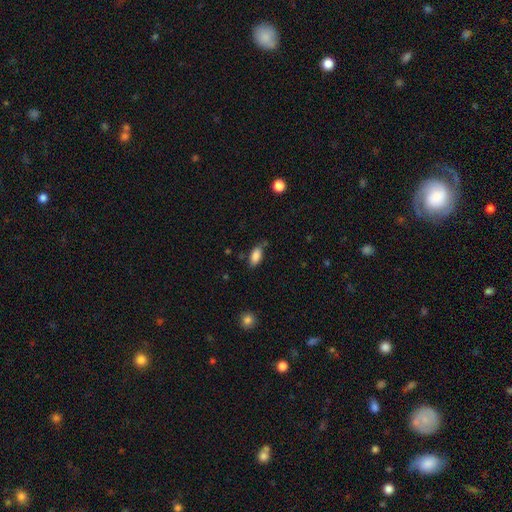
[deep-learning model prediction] Smooth or featured? smooth (85%)
How rounded? in between (90%)
Merging? none (69%)